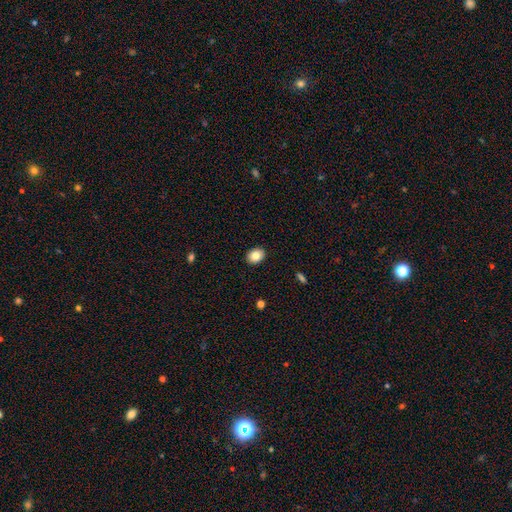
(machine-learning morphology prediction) A smooth galaxy with no disk features (84%) that is in between round and cigar-shaped (59%). Merging: none (91%).